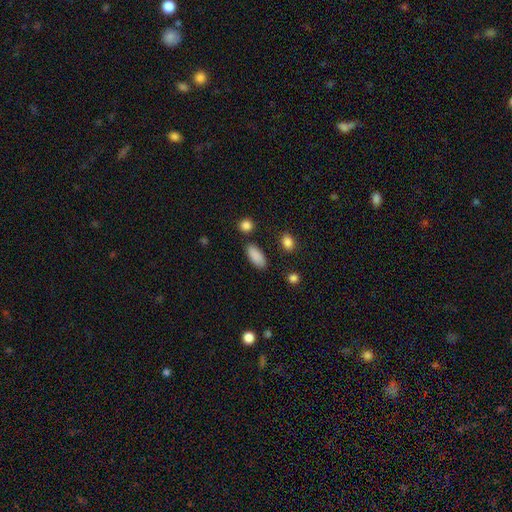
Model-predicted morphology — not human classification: Q: Smooth or featured?
A: smooth (88%); runner-up: star or artifact (7%)
Q: How rounded?
A: in between (85%); runner-up: cigar-shaped (12%)
Q: Merging?
A: none (85%); runner-up: minor disturbance (9%)